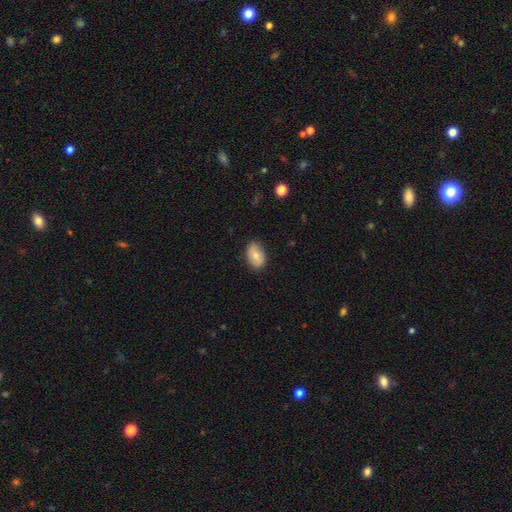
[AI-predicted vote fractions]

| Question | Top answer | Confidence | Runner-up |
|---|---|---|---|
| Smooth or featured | smooth | 70% | featured or disk (23%) |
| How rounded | in between | 87% | round (12%) |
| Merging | none | 81% | minor disturbance (16%) |